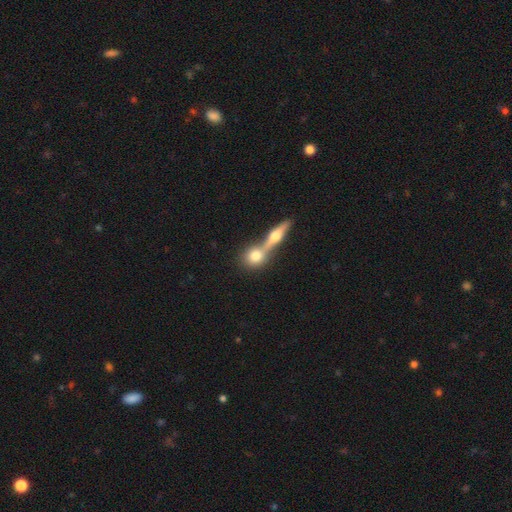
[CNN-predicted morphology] A smooth galaxy with no disk features (68%) that is round (69%). Merging: merger (50%).